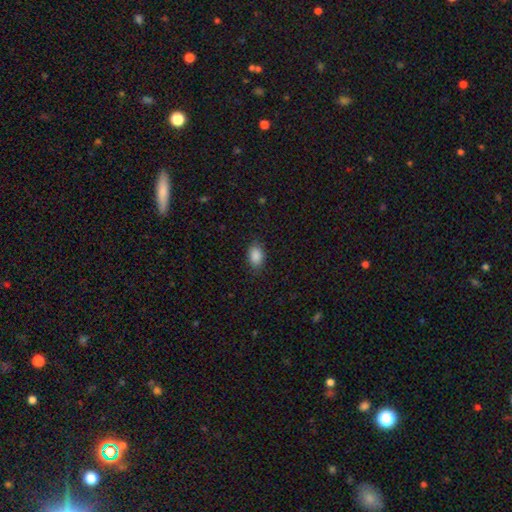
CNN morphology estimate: This is clearly a smooth galaxy (89%). How rounded: clearly in between (87%). Merging: clearly none (86%).